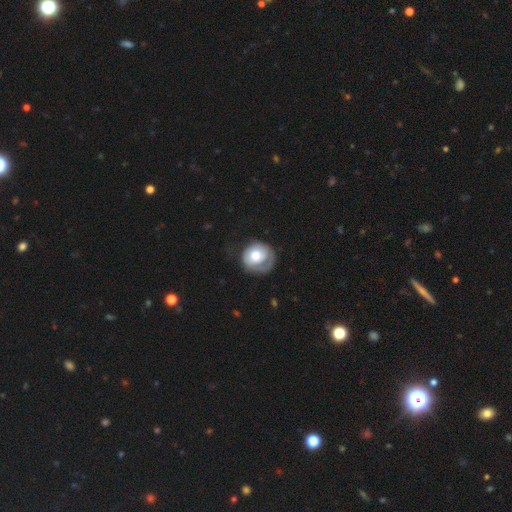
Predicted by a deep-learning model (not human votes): A smooth galaxy with no disk features (55%) that is round (83%).

Vote fractions:
- Smooth or featured? smooth: 55% / featured or disk: 39% / star or artifact: 6%
- How rounded? round: 83% / in between: 16% / cigar-shaped: 1%
- Merging? none: 50% / minor disturbance: 26% / major disturbance: 22% / merger: 2%